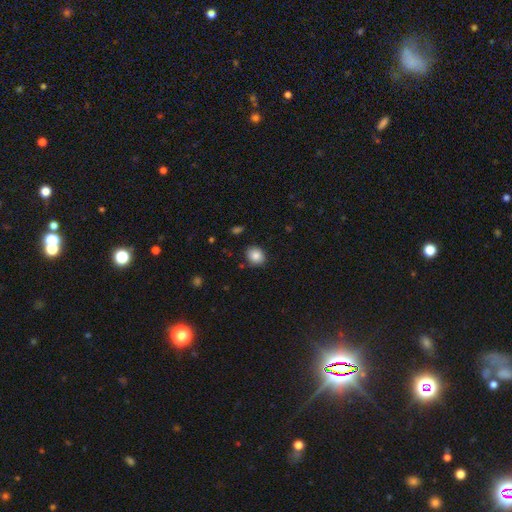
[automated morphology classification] Overall: smooth (87%). How rounded: round (64%; in between 35%). Merging: none (86%).